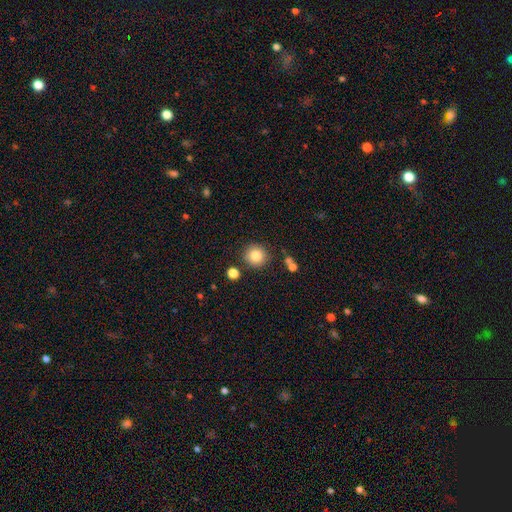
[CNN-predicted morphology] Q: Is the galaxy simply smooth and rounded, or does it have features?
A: smooth — 82%.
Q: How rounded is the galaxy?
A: round — 92%.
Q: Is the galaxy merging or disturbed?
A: none — 84%.